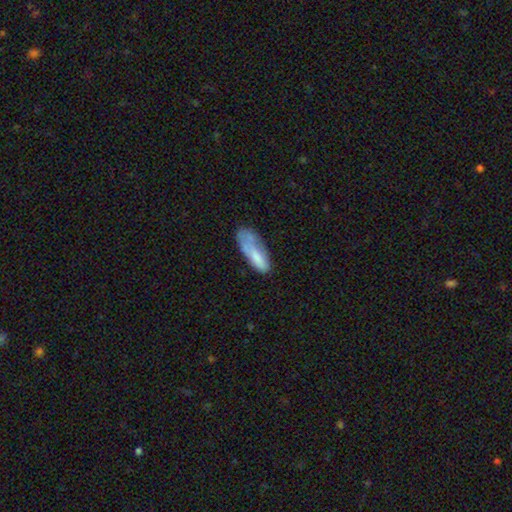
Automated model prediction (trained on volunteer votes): Morphology: type=smooth (70%); roundness=in between (60%); merging=none (36%).